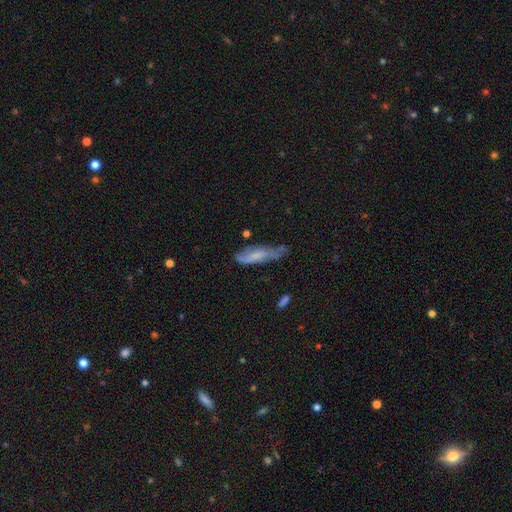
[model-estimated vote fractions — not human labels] This appears to be a smooth galaxy with no disk features (52%) that is cigar-shaped (68%). Merging: none (49%).